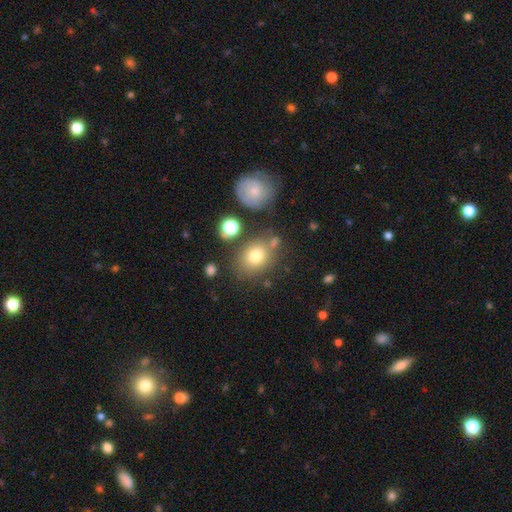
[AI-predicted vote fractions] This appears to be a smooth galaxy with no disk features (75%) that is round (54%). Merging: none (70%).